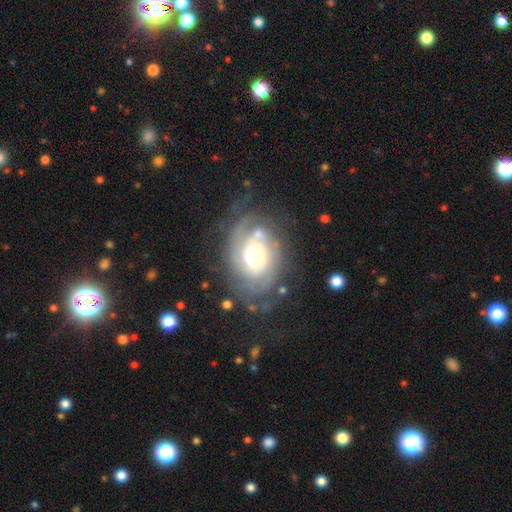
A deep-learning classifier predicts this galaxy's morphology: smooth_or_featured: featured or disk (p=0.81) [alt: smooth p=0.12]
disk_edge_on: no (p=0.96) [alt: yes p=0.04]
bar: no (p=0.75) [alt: weak p=0.19]
has_spiral_arms: yes (p=0.91) [alt: no p=0.09]
spiral_winding: tight (p=0.70) [alt: medium p=0.23]
spiral_arm_count: can't tell (p=0.38) [alt: 2 p=0.27]
bulge_size: moderate (p=0.54) [alt: large p=0.26]
merging: none (p=0.70) [alt: minor disturbance p=0.18]